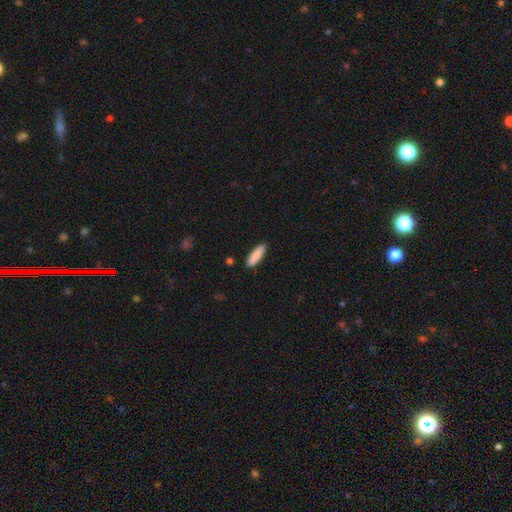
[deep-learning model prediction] Morphology: type=smooth (88%); roundness=cigar-shaped (67%); merging=none (88%).